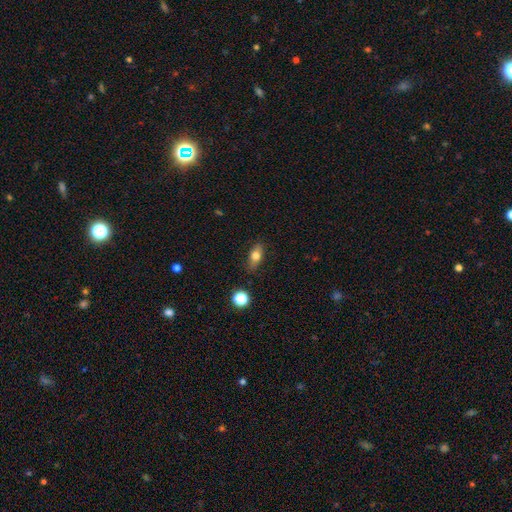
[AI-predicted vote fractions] This is likely a smooth galaxy (73%). How rounded: likely in between (76%). Merging: clearly none (84%).